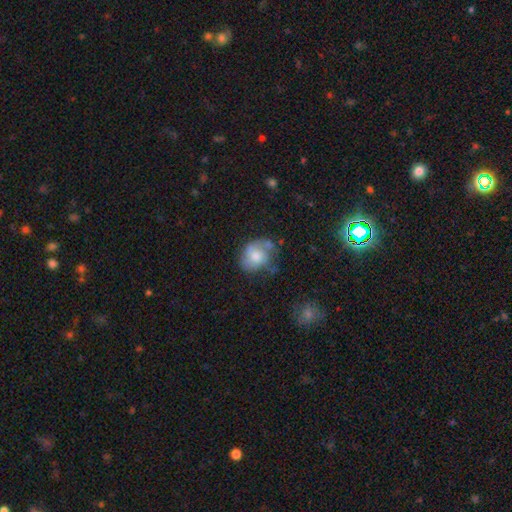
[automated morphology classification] smooth_or_featured: smooth (p=0.49) [alt: featured or disk p=0.43]
merging: none (p=0.44) [alt: minor disturbance p=0.31]